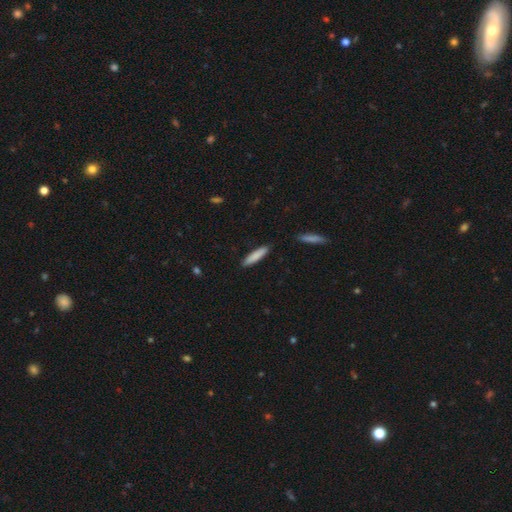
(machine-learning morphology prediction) Smooth or featured: smooth — 84% (featured or disk — 10%)
How rounded: cigar-shaped — 83% (in between — 16%)
Merging: none — 89% (minor disturbance — 8%)